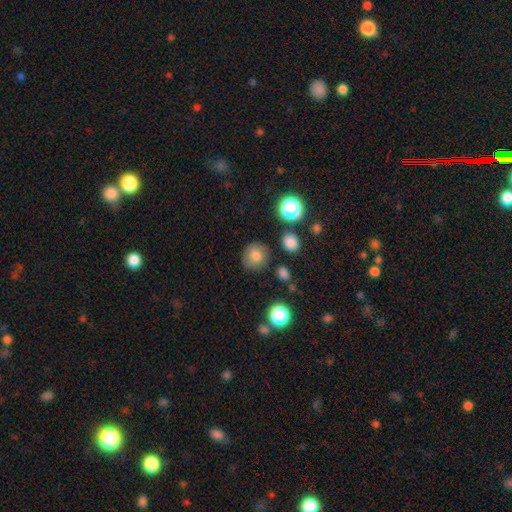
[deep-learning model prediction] Morphology: type=smooth (78%); roundness=round (86%); merging=none (81%).